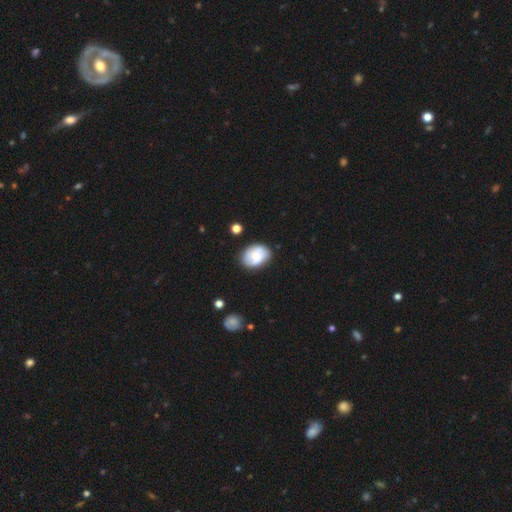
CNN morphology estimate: Smooth or featured? Predicted: smooth (p=0.61). How rounded? Predicted: in between (p=0.71). Merging? Predicted: none (p=0.67).